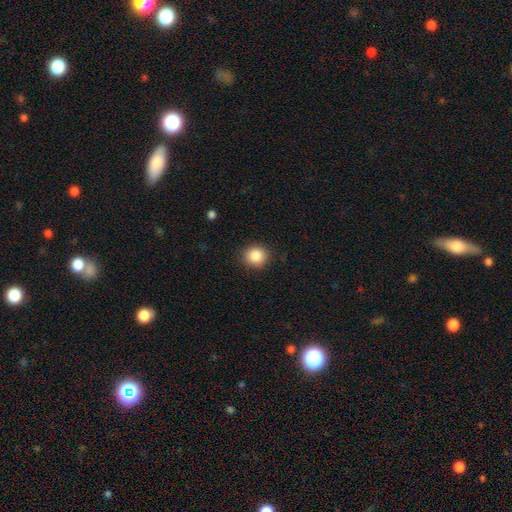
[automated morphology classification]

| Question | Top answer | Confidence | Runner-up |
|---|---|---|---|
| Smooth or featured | smooth | 86% | star or artifact (9%) |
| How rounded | round | 85% | in between (14%) |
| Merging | none | 89% | minor disturbance (8%) |